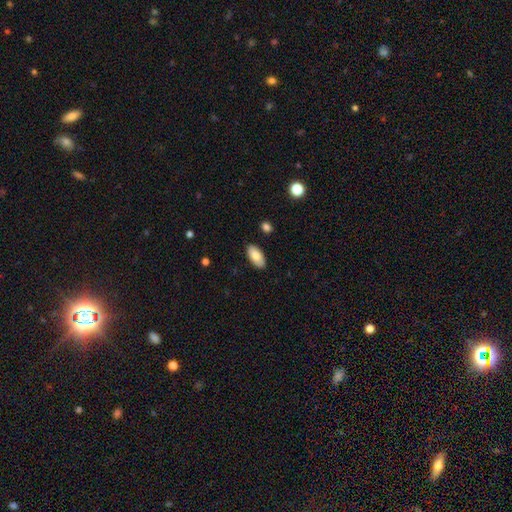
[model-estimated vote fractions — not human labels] Morphology: type=smooth (81%); roundness=in between (93%); merging=none (88%).